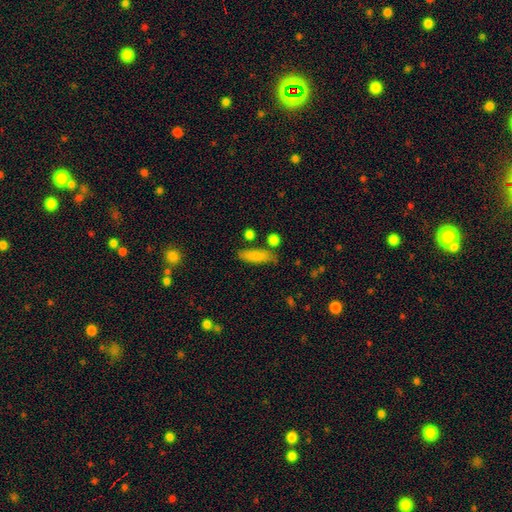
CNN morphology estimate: Q: Smooth or featured?
A: smooth (83%); runner-up: featured or disk (10%)
Q: How rounded?
A: cigar-shaped (52%); runner-up: in between (45%)
Q: Merging?
A: none (72%); runner-up: minor disturbance (16%)